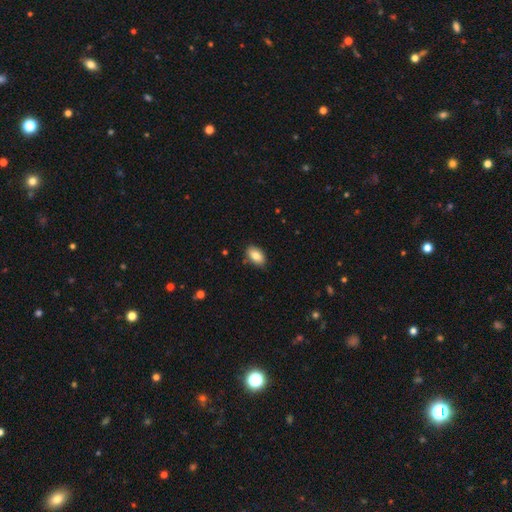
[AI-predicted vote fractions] smooth-or-featured: smooth: 85% | featured or disk: 8% | star or artifact: 7%
  how-rounded: in between: 92% | round: 6% | cigar-shaped: 2%
  merging: none: 84% | minor disturbance: 12% | major disturbance: 2% | merger: 1%